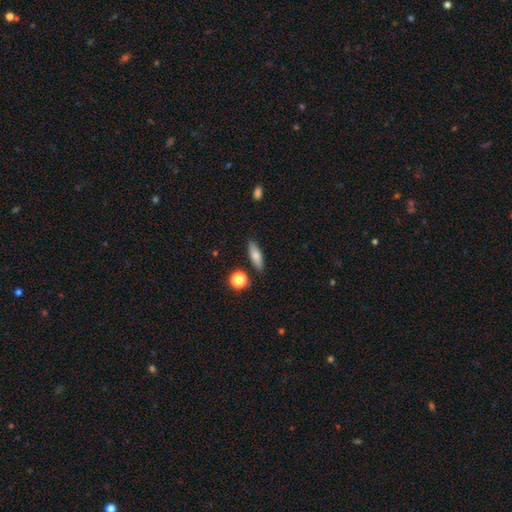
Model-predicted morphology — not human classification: smooth 73%, featured or disk 19%, star or artifact 8%. Down the decision tree: how rounded — in between (50%); merging — none (84%).